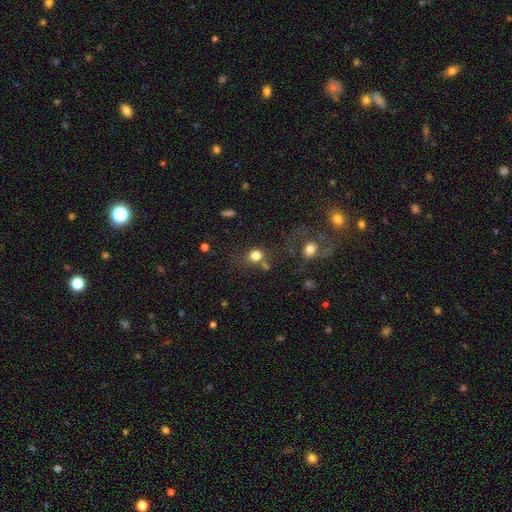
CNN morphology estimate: A smooth galaxy with no disk features (78%) that is round (80%).

Vote fractions:
- Smooth or featured? smooth: 78% / star or artifact: 13% / featured or disk: 9%
- How rounded? round: 80% / in between: 19% / cigar-shaped: 1%
- Merging? none: 58% / merger: 18% / minor disturbance: 14% / major disturbance: 11%